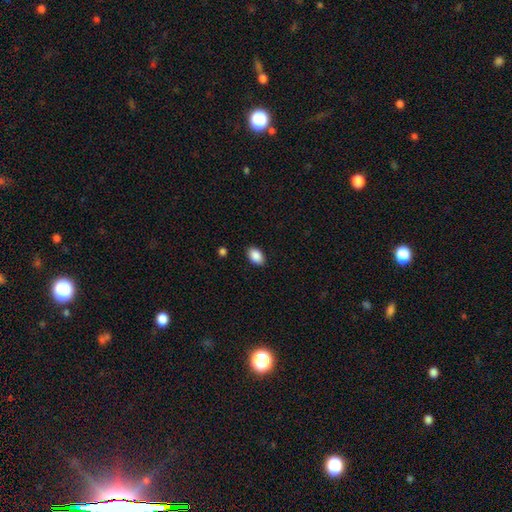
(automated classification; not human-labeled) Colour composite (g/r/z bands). It shows a smooth galaxy with no disk features (89%) that is in between round and cigar-shaped (88%). Merging: none (88%).